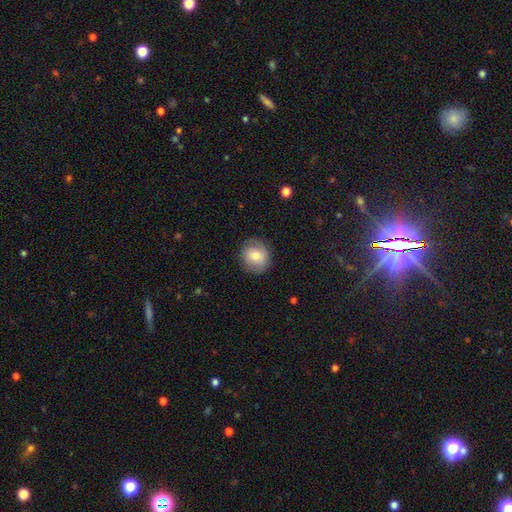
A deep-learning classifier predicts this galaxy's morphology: smooth 70%, featured or disk 22%, star or artifact 8%. Down the decision tree: how rounded — round (86%); merging — none (85%).